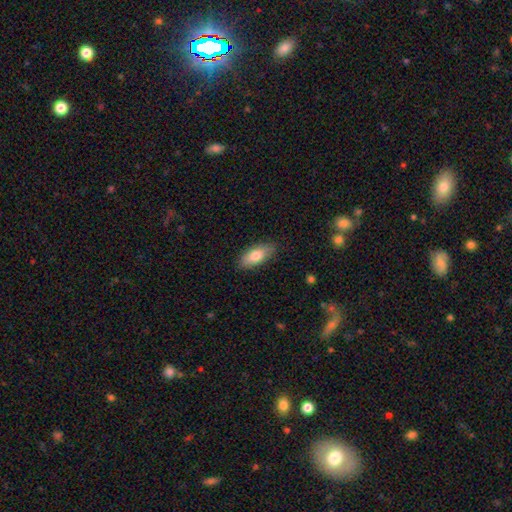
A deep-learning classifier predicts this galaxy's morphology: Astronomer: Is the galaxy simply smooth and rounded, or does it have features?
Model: smooth — 79%.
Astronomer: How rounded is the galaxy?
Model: in between — 85%.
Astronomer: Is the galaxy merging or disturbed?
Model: none — 85%.